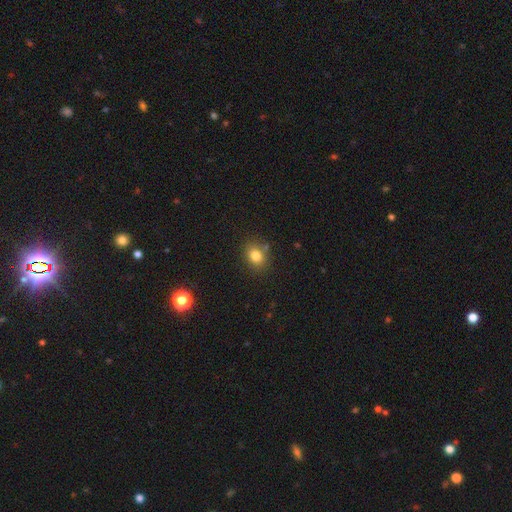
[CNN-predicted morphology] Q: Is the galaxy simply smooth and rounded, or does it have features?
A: smooth — 80%.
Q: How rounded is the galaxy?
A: round — 53%.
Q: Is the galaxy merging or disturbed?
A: none — 77%.